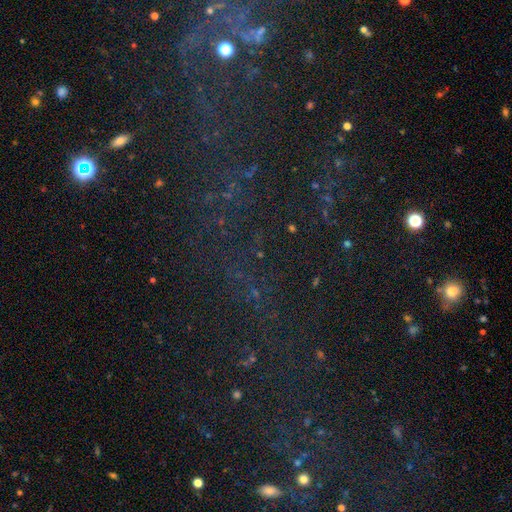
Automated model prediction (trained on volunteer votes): smooth-or-featured: star or artifact: 69% | smooth: 16% | featured or disk: 15%